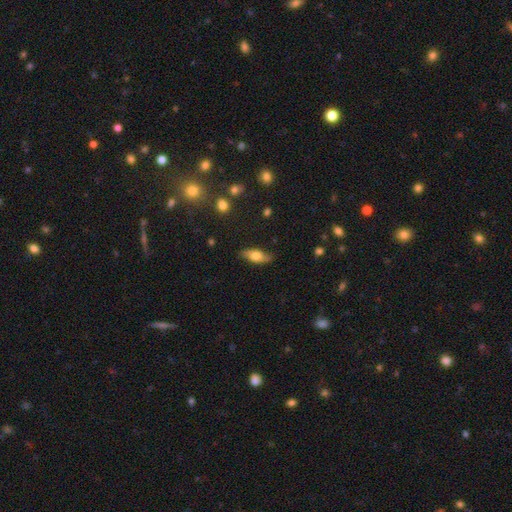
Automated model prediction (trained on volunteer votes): Q: Smooth or featured?
A: smooth (60%); runner-up: featured or disk (33%)
Q: How rounded?
A: in between (72%); runner-up: cigar-shaped (24%)
Q: Merging?
A: none (79%); runner-up: minor disturbance (17%)